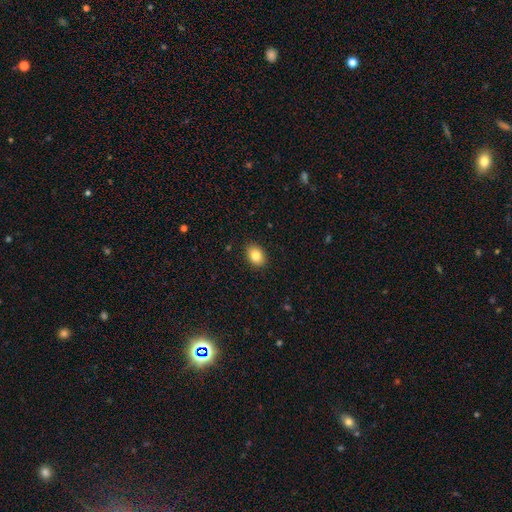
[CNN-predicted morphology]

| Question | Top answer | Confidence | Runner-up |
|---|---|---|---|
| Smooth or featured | smooth | 83% | star or artifact (9%) |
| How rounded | in between | 69% | round (30%) |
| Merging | none | 89% | minor disturbance (8%) |